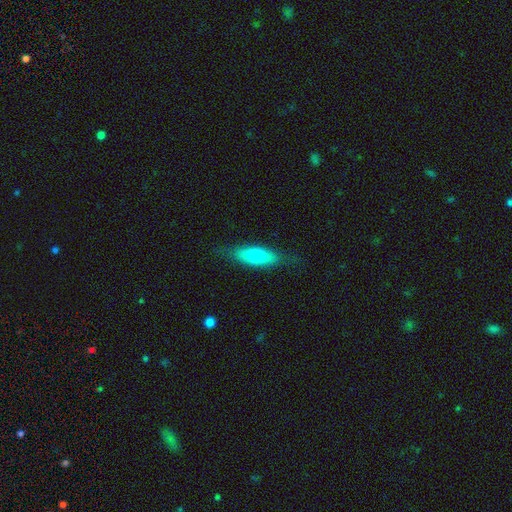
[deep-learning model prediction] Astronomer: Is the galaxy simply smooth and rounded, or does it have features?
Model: smooth — 70%.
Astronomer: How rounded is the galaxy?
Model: in between — 59% (runner-up: cigar-shaped, 38%).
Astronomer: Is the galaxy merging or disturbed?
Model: none — 75%.